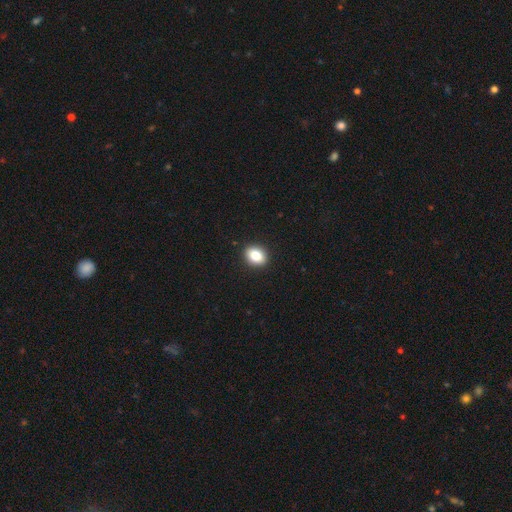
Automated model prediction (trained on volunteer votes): This appears to be a smooth galaxy with no disk features (84%) that is in between round and cigar-shaped (57%). Merging: none (92%).